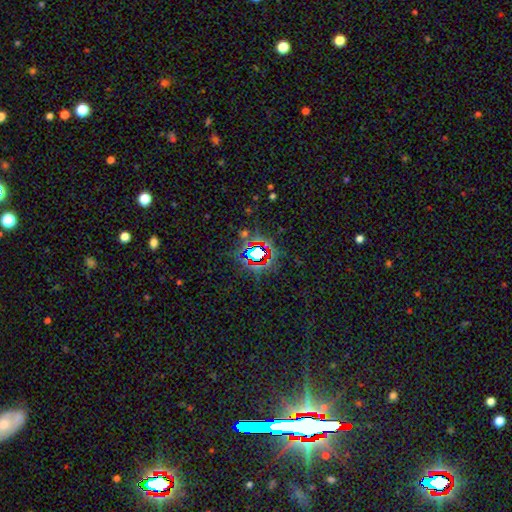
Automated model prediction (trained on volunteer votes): A star or artifact, not a galaxy (75%).

Vote fractions:
- Smooth or featured? star or artifact: 75% / smooth: 15% / featured or disk: 10%